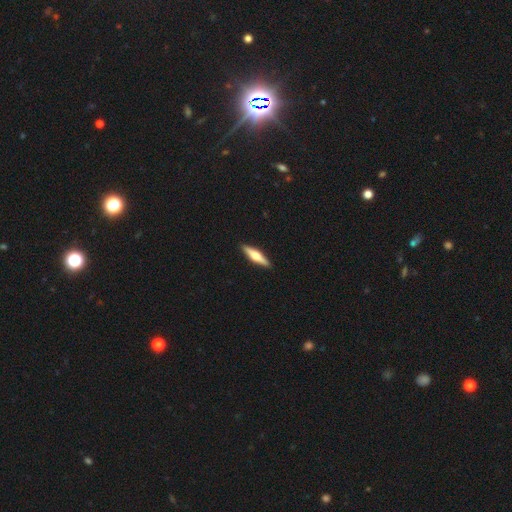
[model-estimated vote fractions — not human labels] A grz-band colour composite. It shows a featured or disk galaxy (55%) viewed edge-on (96%) with a rounded central bulge (92%). Merging: none (91%).